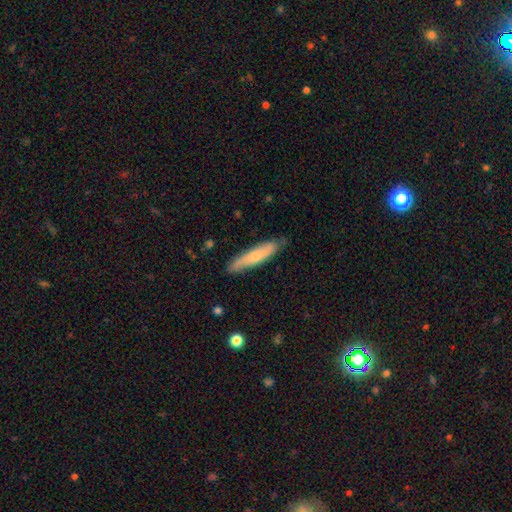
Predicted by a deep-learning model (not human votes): Smooth or featured? Predicted: smooth (p=0.60). How rounded? Predicted: cigar-shaped (p=0.82). Merging? Predicted: none (p=0.79).